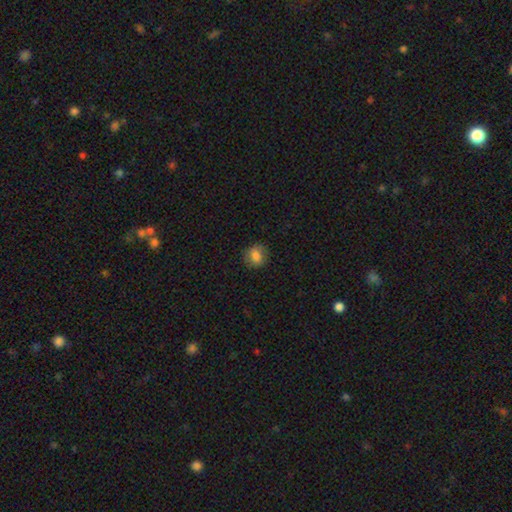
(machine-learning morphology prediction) Overall: smooth (80%). How rounded: round (70%). Merging: none (84%).